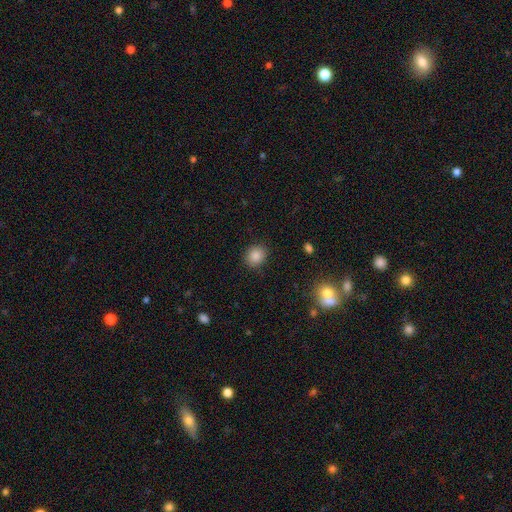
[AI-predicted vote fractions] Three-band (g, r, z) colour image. It shows a smooth galaxy with no disk features (86%) that is round (66%). Merging: none (88%).